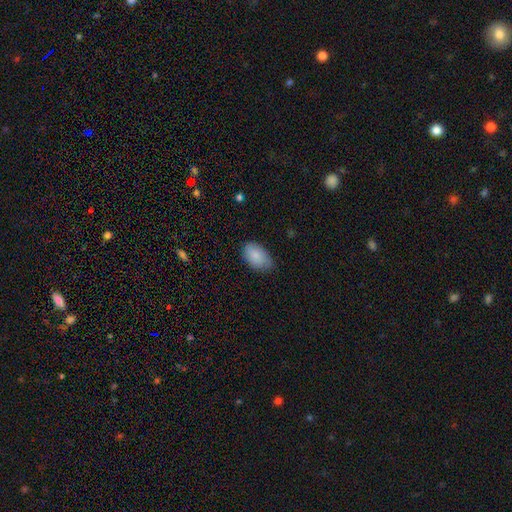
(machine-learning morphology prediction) Q: Smooth or featured?
A: smooth (86%); runner-up: featured or disk (8%)
Q: How rounded?
A: in between (91%); runner-up: round (7%)
Q: Merging?
A: none (72%); runner-up: minor disturbance (23%)